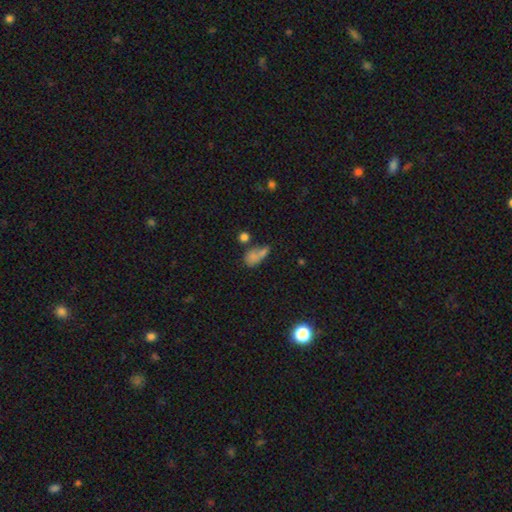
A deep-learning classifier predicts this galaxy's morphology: A smooth galaxy with no disk features (68%) that is in between round and cigar-shaped (72%). Merging: none (32%, tied with merger).